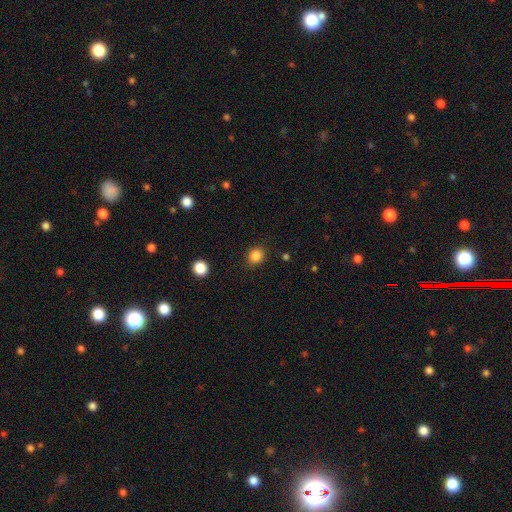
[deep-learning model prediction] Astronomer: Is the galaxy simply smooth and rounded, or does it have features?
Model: smooth — 85%.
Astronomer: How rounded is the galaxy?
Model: round — 78%.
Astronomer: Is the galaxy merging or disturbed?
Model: none — 89%.